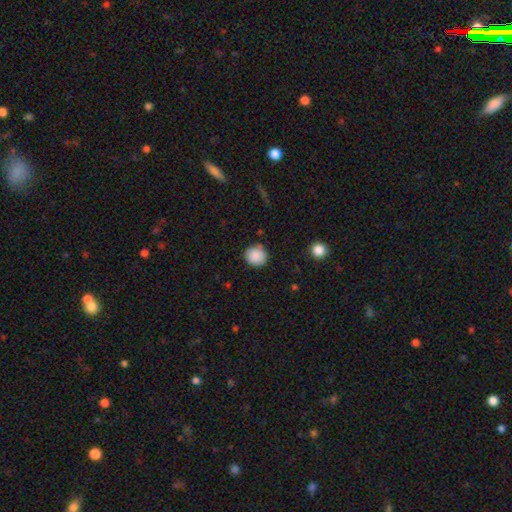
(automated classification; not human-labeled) smooth 89%, star or artifact 8%, featured or disk 3%. Down the decision tree: how rounded — round (91%); merging — none (87%).